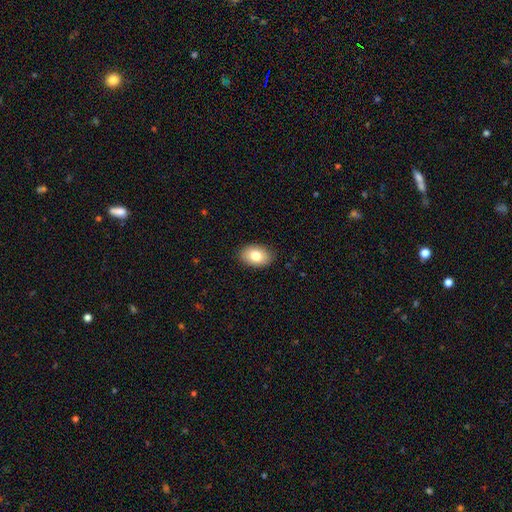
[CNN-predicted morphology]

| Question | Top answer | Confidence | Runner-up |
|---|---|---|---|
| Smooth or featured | smooth | 80% | featured or disk (12%) |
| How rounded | in between | 87% | round (12%) |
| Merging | none | 88% | minor disturbance (9%) |